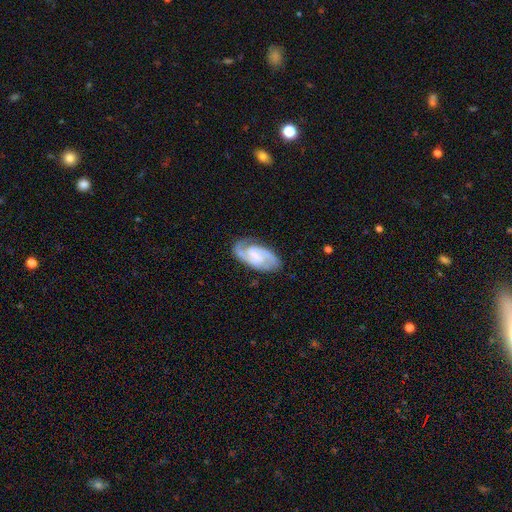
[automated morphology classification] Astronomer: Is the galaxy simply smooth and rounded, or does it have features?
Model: featured or disk — 86%.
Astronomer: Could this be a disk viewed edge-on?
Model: no — 97%.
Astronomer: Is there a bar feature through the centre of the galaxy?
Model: weak — 50% (runner-up: no, 32%).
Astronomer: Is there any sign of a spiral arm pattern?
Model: yes — 97%.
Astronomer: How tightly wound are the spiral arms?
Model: medium — 48% (runner-up: tight, 43%).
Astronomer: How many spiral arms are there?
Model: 2 — 89%.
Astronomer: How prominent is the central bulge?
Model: small — 44% (runner-up: none, 33%).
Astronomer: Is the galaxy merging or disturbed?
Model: none — 80%.